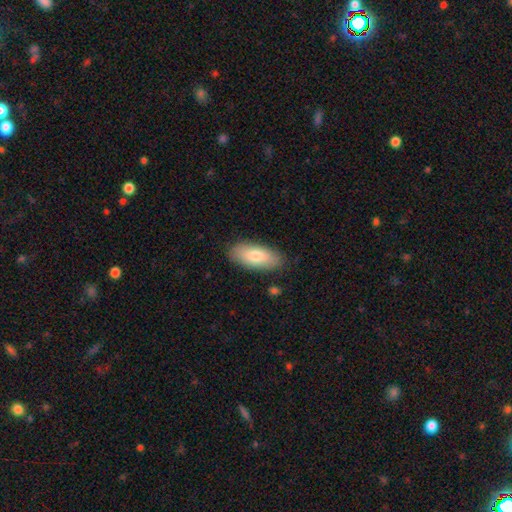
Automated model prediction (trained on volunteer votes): Overall: smooth (79%). How rounded: in between (84%). Merging: none (85%).